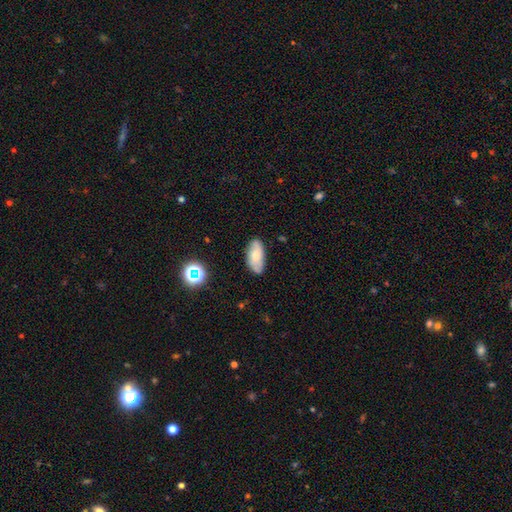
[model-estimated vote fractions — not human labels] This appears to be a smooth galaxy with no disk features (57%) that is in between round and cigar-shaped (91%). Merging: none (77%).